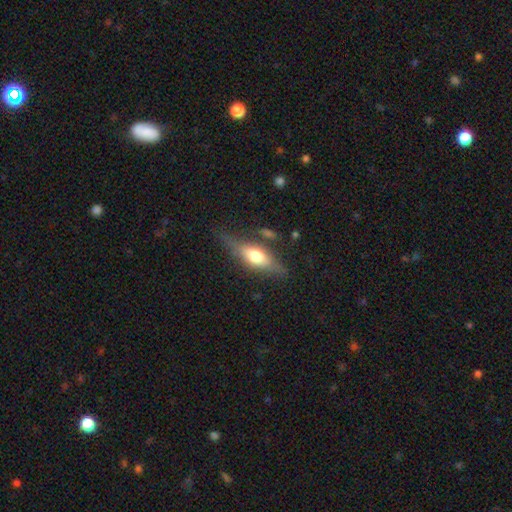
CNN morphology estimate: The model was most divided on "smooth or featured": smooth: 49%, featured or disk: 44%, star or artifact: 7%. More confident: merging — none (65%).